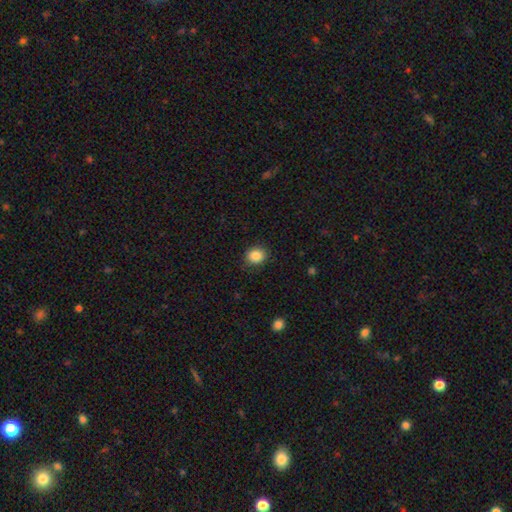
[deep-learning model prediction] A smooth galaxy with no disk features (87%) that is round (69%).

Vote fractions:
- Smooth or featured? smooth: 87% / star or artifact: 9% / featured or disk: 4%
- How rounded? round: 69% / in between: 30% / cigar-shaped: 1%
- Merging? none: 88% / minor disturbance: 9% / major disturbance: 2% / merger: 1%